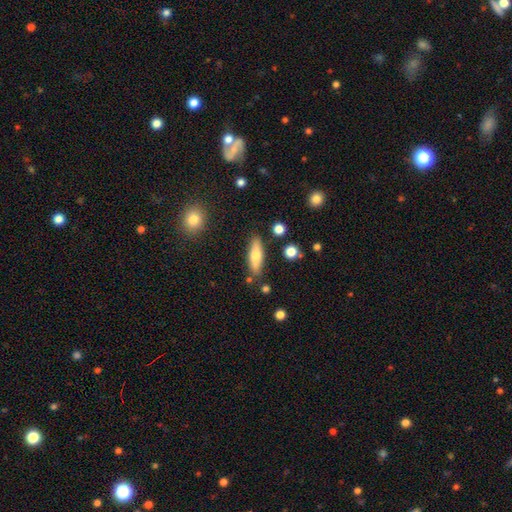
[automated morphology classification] Smooth or featured: smooth — 69% (featured or disk — 25%)
How rounded: cigar-shaped — 54% (in between — 43%)
Merging: none — 82% (minor disturbance — 11%)